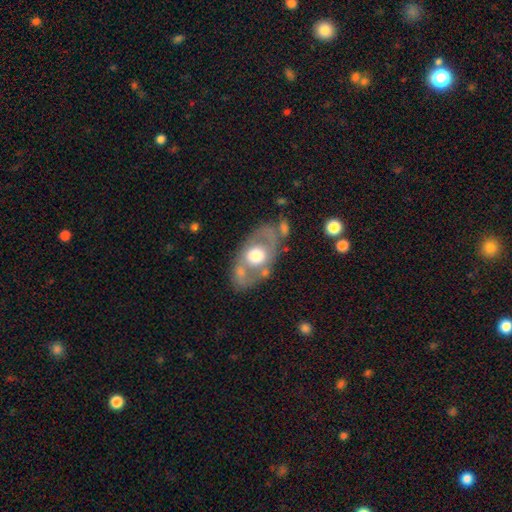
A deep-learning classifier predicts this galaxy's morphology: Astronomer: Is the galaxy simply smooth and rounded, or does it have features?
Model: featured or disk — 57% (runner-up: smooth, 37%).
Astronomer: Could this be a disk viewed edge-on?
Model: no — 90%.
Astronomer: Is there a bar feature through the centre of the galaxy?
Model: no — 85%.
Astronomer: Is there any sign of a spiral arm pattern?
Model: no — 77%.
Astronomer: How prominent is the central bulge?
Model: moderate — 58%.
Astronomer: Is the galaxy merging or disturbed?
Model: none — 64%.